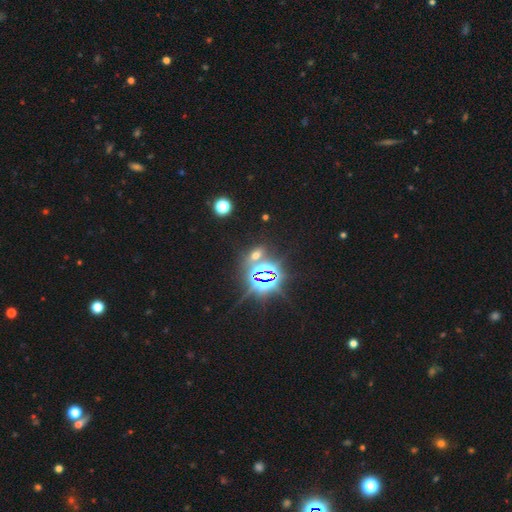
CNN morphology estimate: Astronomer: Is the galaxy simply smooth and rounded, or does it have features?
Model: star or artifact — 83%.